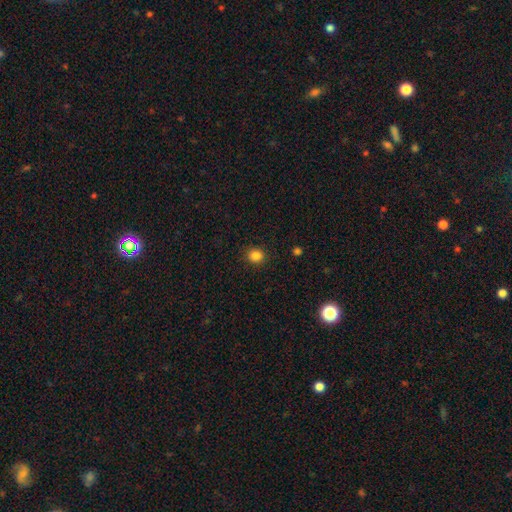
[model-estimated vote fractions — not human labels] Overall: smooth (85%). How rounded: round (78%). Merging: none (90%).